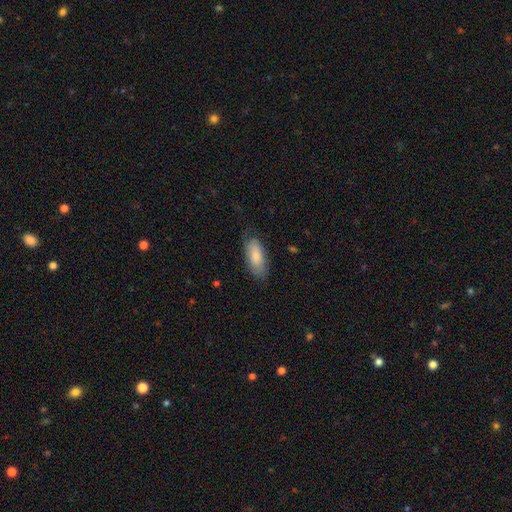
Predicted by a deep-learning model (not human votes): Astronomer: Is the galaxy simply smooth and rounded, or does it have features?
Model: smooth — 81%.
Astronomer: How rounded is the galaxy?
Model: in between — 86%.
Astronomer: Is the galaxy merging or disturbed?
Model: none — 73%.